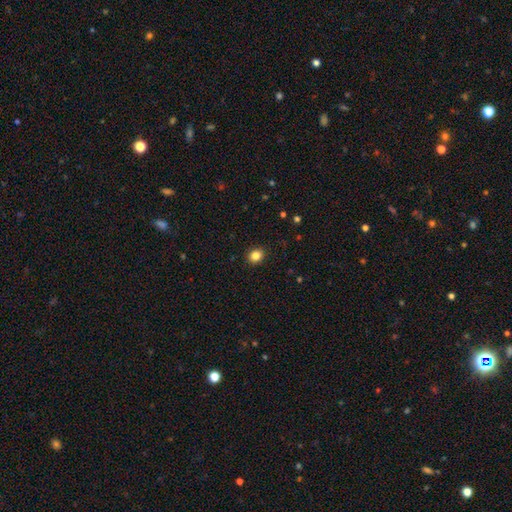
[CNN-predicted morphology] The model was most divided on "how rounded": round: 63%, in between: 36%, cigar-shaped: 1%. More confident: merging — none (91%); smooth or featured — smooth (84%).